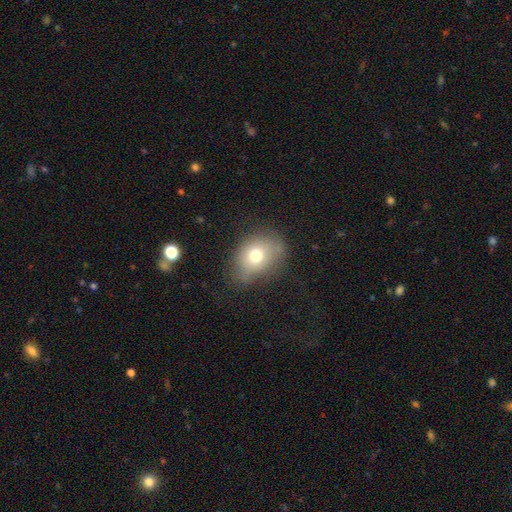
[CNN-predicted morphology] Smooth or featured?
  - smooth: 72% *
  - featured or disk: 17%
  - star or artifact: 11%
How rounded?
  - in between: 65% *
  - round: 34%
  - cigar-shaped: 1%
Merging?
  - none: 62% *
  - minor disturbance: 26%
  - major disturbance: 9%
  - merger: 2%